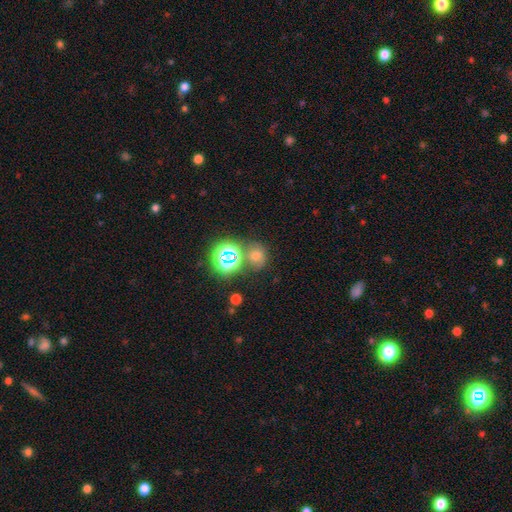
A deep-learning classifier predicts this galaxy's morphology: Smooth or featured? Predicted: smooth (p=0.54). How rounded? Predicted: round (p=0.75). Merging? Predicted: none (p=0.65).